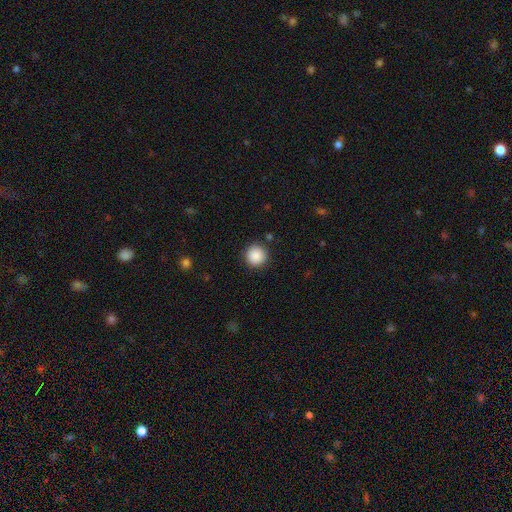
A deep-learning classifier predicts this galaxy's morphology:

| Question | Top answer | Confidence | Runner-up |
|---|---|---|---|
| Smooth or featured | smooth | 88% | star or artifact (9%) |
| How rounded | round | 96% | in between (3%) |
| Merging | none | 90% | minor disturbance (6%) |